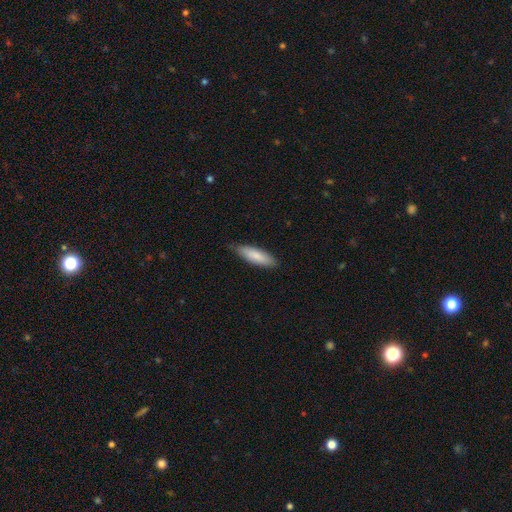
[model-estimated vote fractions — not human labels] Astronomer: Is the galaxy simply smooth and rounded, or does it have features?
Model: smooth — 83%.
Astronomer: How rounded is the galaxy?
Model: cigar-shaped — 51% (runner-up: in between, 48%).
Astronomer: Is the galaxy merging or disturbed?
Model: none — 80%.